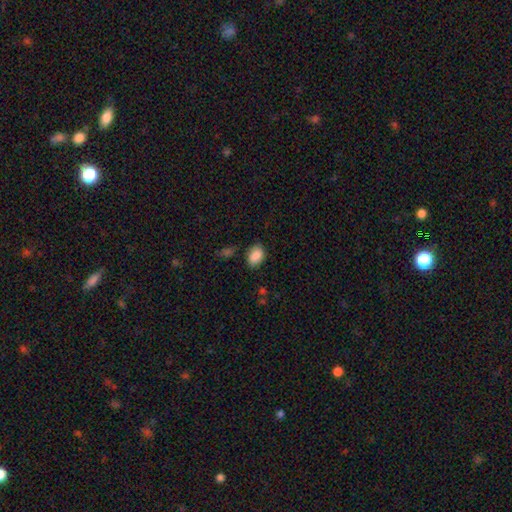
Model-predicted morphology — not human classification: Q: Smooth or featured?
A: smooth (88%); runner-up: star or artifact (8%)
Q: How rounded?
A: in between (82%); runner-up: round (17%)
Q: Merging?
A: none (78%); runner-up: minor disturbance (16%)